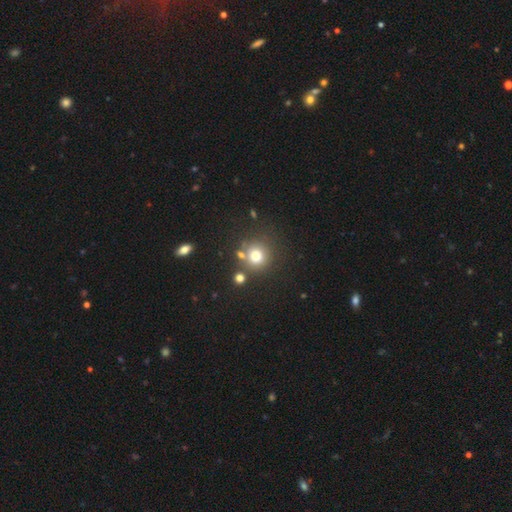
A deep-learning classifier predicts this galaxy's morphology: type=smooth (75%); roundness=round (91%); merging=none (72%).